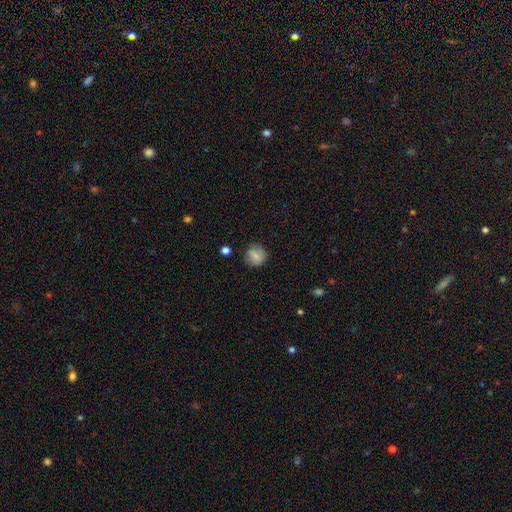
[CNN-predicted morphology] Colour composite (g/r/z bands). It shows a smooth galaxy with no disk features (74%) that is round (87%). Merging: none (77%).